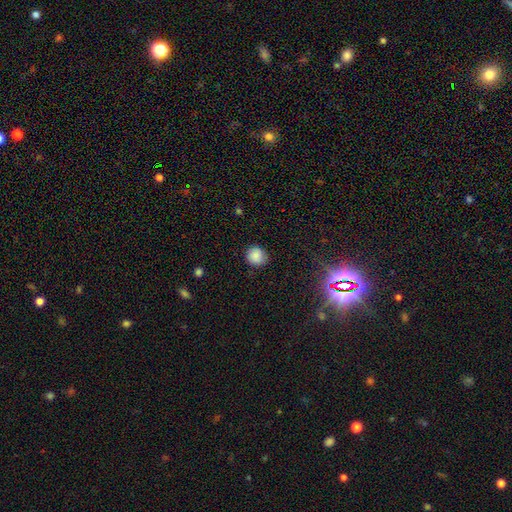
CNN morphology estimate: Smooth or featured: smooth — 85% (star or artifact — 10%)
How rounded: round — 88% (in between — 11%)
Merging: none — 85% (minor disturbance — 11%)